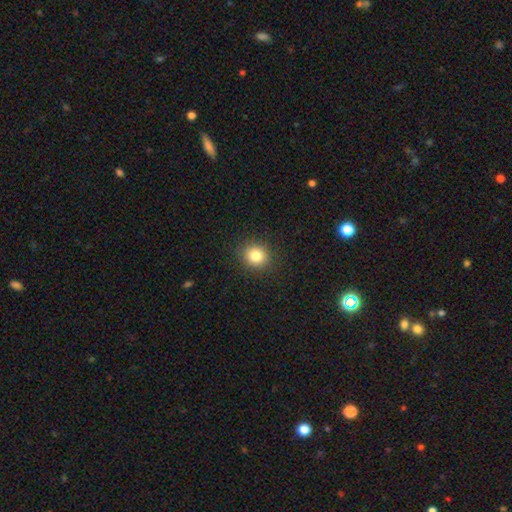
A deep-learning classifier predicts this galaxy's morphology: Overall: smooth (82%). How rounded: round (85%). Merging: none (90%).